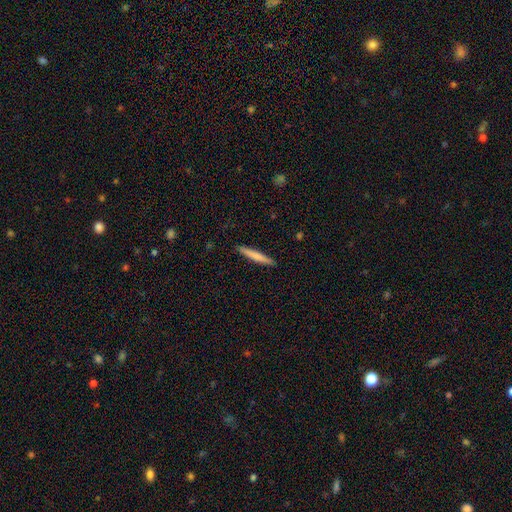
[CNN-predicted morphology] Smooth or featured?
  - smooth: 71% *
  - featured or disk: 24%
  - star or artifact: 5%
How rounded?
  - cigar-shaped: 96% *
  - in between: 3%
  - round: 1%
Merging?
  - none: 91% *
  - minor disturbance: 6%
  - major disturbance: 1%
  - merger: 1%